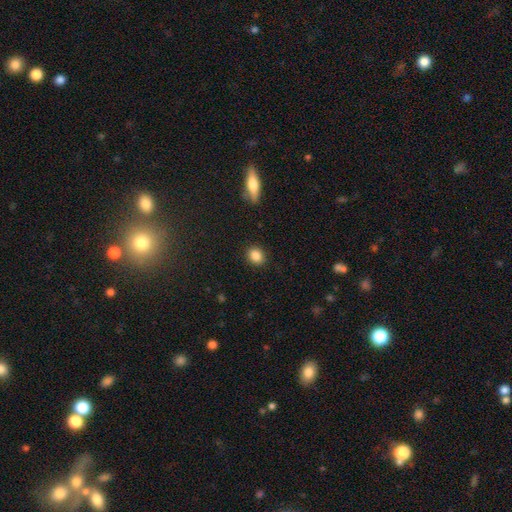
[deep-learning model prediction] smooth-or-featured: smooth: 85% | star or artifact: 9% | featured or disk: 5%
  how-rounded: round: 64% | in between: 35% | cigar-shaped: 1%
  merging: none: 89% | minor disturbance: 7% | major disturbance: 2% | merger: 1%